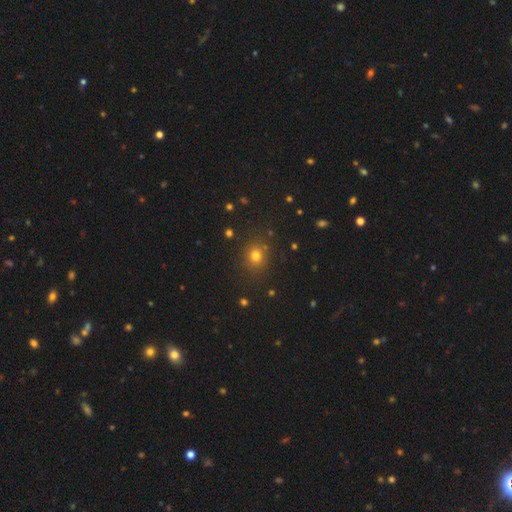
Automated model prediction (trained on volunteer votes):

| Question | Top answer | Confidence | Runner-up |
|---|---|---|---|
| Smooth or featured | smooth | 73% | star or artifact (20%) |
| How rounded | round | 82% | in between (17%) |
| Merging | none | 85% | minor disturbance (9%) |